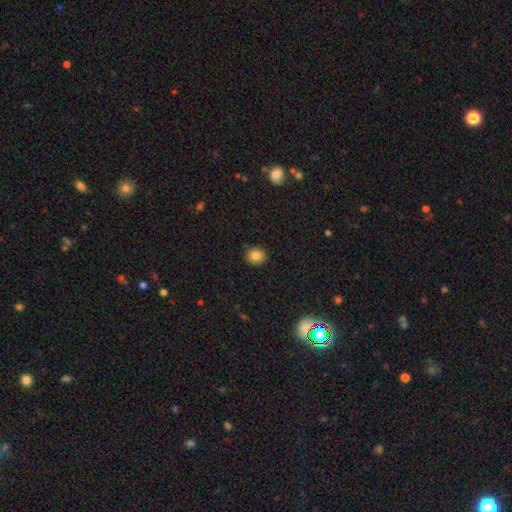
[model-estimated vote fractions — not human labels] This is clearly a smooth galaxy (83%). How rounded: likely round (79%). Merging: clearly none (89%).